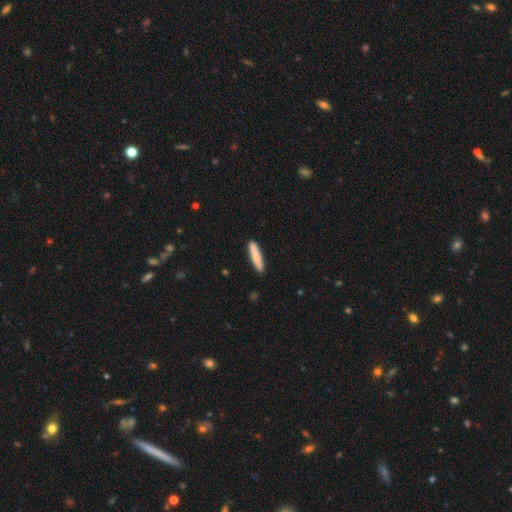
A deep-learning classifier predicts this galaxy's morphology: Smooth or featured? smooth (75%)
How rounded? cigar-shaped (89%)
Merging? none (89%)